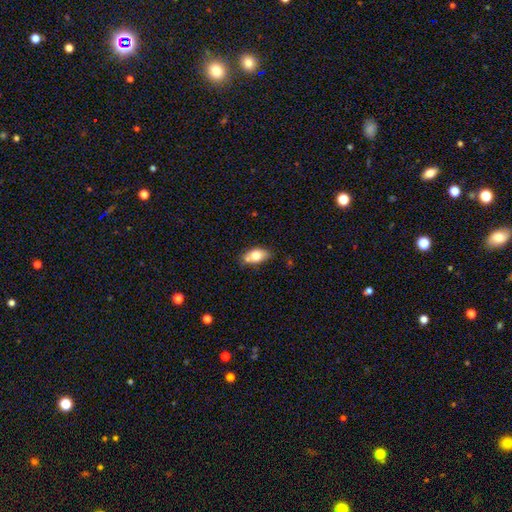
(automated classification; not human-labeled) This appears to be a smooth galaxy with no disk features (75%) that is in between round and cigar-shaped (87%). Merging: none (62%).